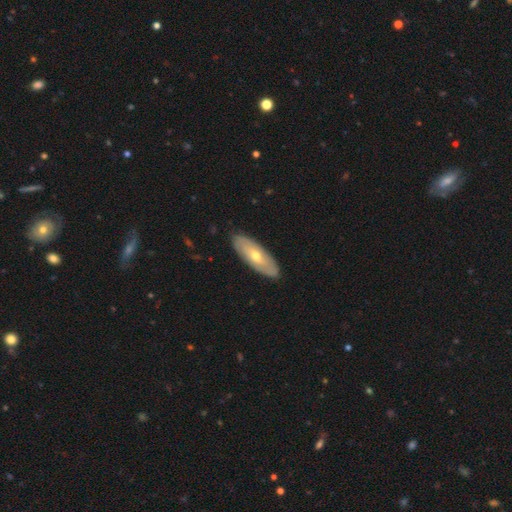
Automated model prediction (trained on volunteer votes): Smooth or featured?
  - featured or disk: 50% *
  - smooth: 45%
  - star or artifact: 5%
Merging?
  - none: 88% *
  - minor disturbance: 10%
  - major disturbance: 2%
  - merger: 1%